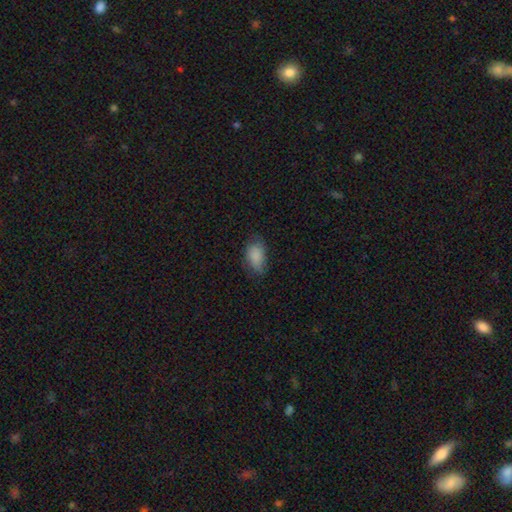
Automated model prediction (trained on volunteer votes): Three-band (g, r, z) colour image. It shows a smooth galaxy with no disk features (85%) that is in between round and cigar-shaped (91%). Merging: none (65%).